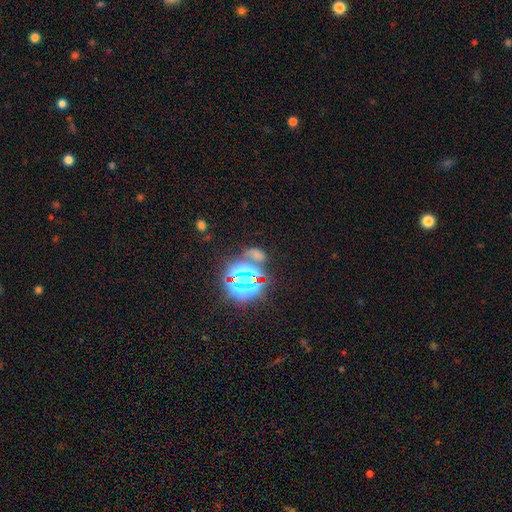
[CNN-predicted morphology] This is likely a star or artifact rather than a galaxy (61%).